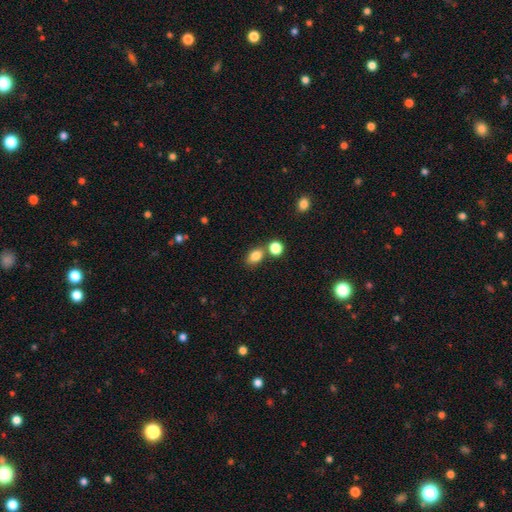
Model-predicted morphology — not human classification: smooth-or-featured: smooth: 83% | star or artifact: 11% | featured or disk: 6%
  how-rounded: in between: 73% | round: 25% | cigar-shaped: 2%
  merging: none: 64% | merger: 21% | minor disturbance: 11% | major disturbance: 3%